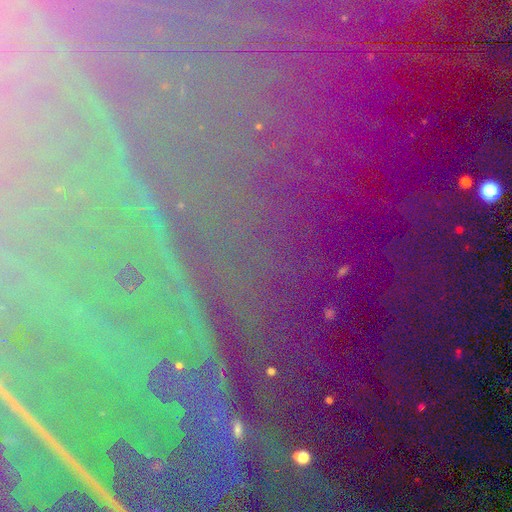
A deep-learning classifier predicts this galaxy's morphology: smooth-or-featured: star or artifact: 85% | featured or disk: 8% | smooth: 7%